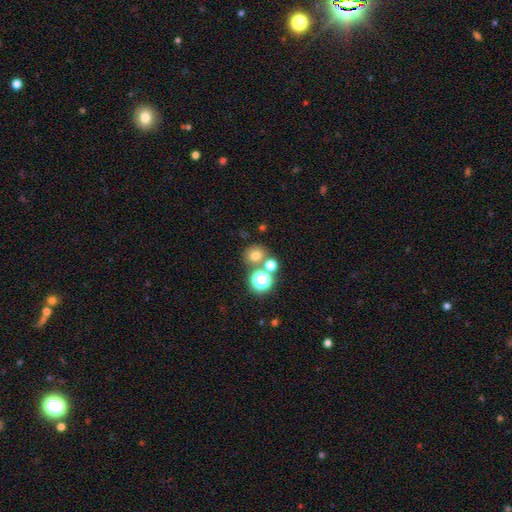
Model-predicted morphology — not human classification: A smooth galaxy with no disk features (68%) that is round (81%).

Vote fractions:
- Smooth or featured? smooth: 68% / star or artifact: 23% / featured or disk: 9%
- How rounded? round: 81% / in between: 18% / cigar-shaped: 1%
- Merging? none: 65% / merger: 24% / minor disturbance: 8% / major disturbance: 4%